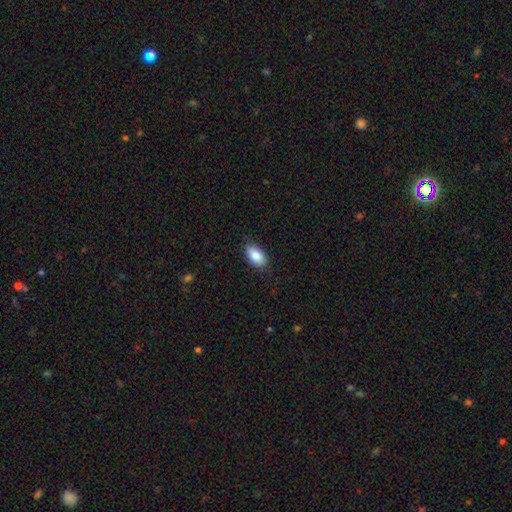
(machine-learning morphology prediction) This appears to be a smooth galaxy with no disk features (88%) that is in between round and cigar-shaped (93%). Merging: none (86%).